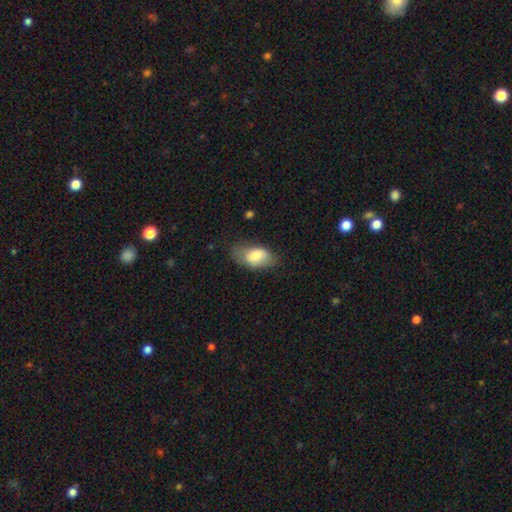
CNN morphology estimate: Overall: smooth (77%). How rounded: in between (92%). Merging: none (58%; minor disturbance 30%).